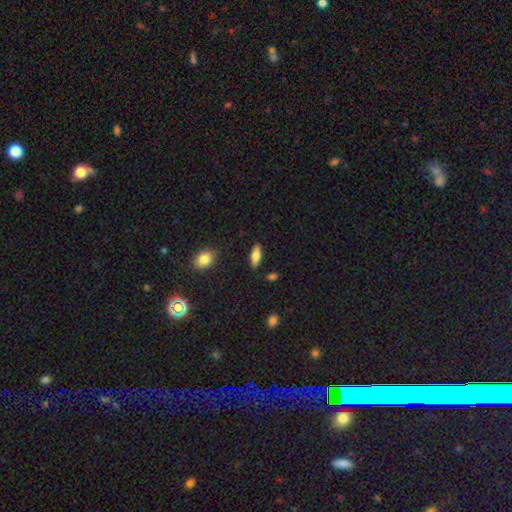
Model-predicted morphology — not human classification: smooth 71%, featured or disk 22%, star or artifact 7%. Down the decision tree: how rounded — in between (68%); merging — none (87%).